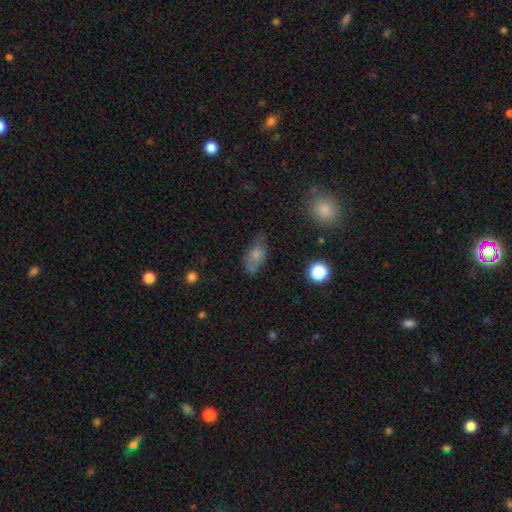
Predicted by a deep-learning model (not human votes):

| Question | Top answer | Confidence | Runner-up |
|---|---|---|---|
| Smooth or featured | smooth | 69% | featured or disk (19%) |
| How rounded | in between | 86% | round (7%) |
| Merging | none | 54% | minor disturbance (29%) |